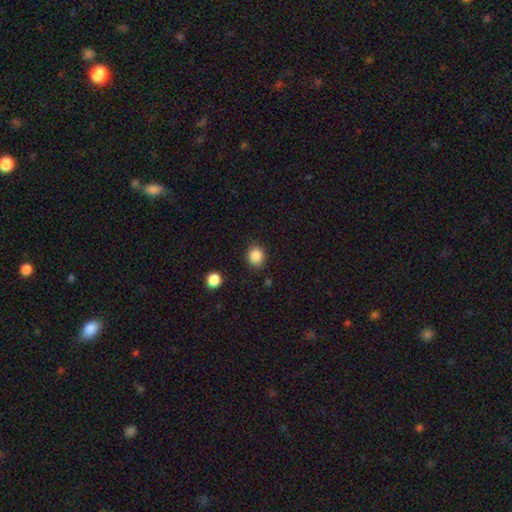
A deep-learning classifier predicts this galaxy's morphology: Smooth or featured? smooth (87%)
How rounded? round (77%)
Merging? none (86%)